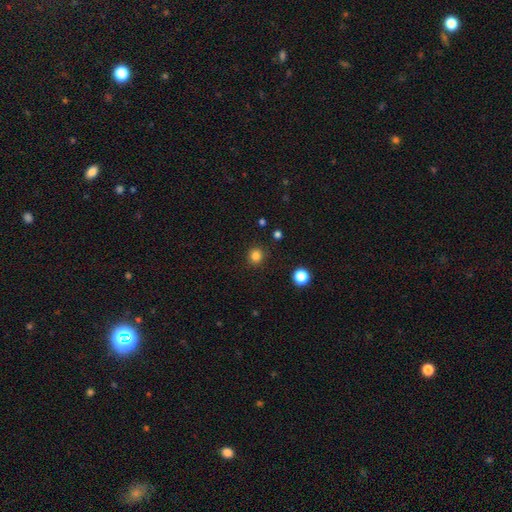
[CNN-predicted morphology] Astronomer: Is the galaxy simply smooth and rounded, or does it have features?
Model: smooth — 83%.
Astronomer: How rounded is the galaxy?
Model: round — 90%.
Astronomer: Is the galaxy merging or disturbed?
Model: none — 90%.